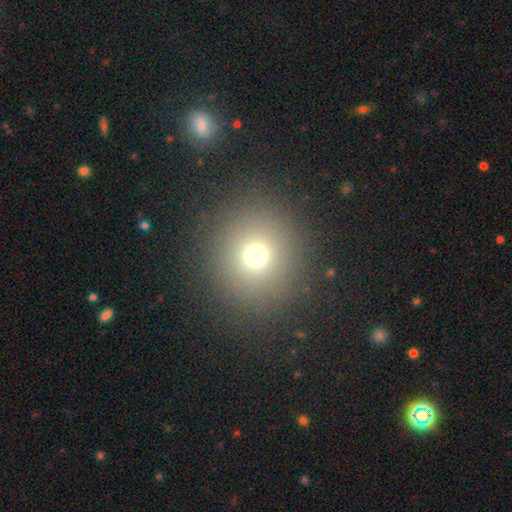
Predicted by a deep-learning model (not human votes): This is likely a smooth galaxy (71%). How rounded: clearly round (90%). Merging: clearly none (88%).